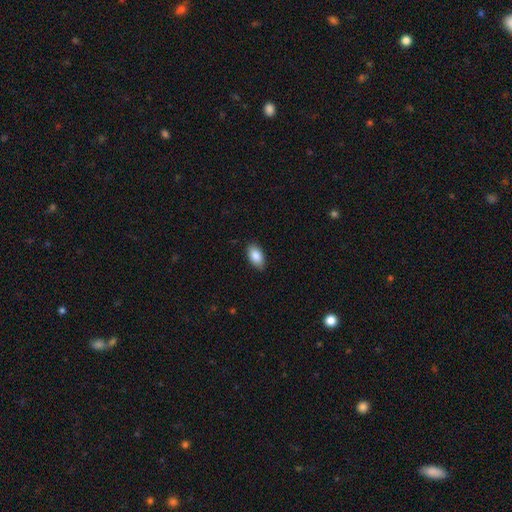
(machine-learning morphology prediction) smooth-or-featured: smooth: 87% | star or artifact: 7% | featured or disk: 6%
  how-rounded: in between: 93% | round: 4% | cigar-shaped: 2%
  merging: none: 87% | minor disturbance: 10% | major disturbance: 2% | merger: 1%